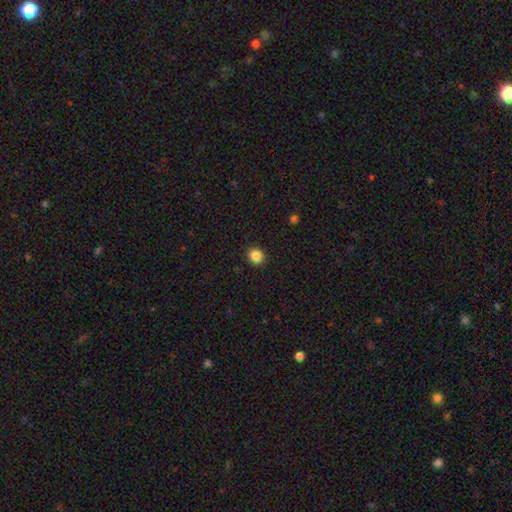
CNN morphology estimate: A smooth galaxy with no disk features (86%) that is round (88%).

Vote fractions:
- Smooth or featured? smooth: 86% / star or artifact: 11% / featured or disk: 3%
- How rounded? round: 88% / in between: 12% / cigar-shaped: 1%
- Merging? none: 92% / minor disturbance: 5% / major disturbance: 2% / merger: 1%